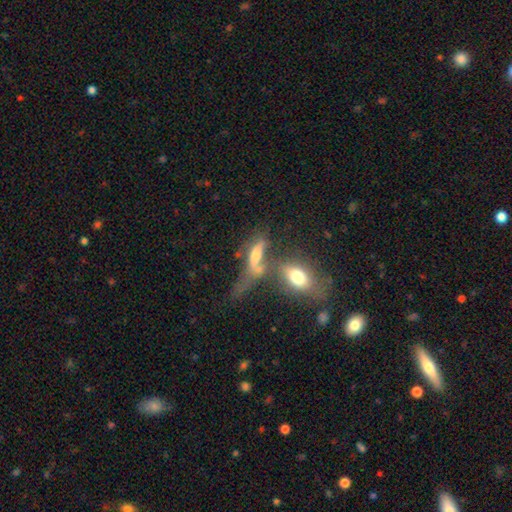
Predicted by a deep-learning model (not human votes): smooth-or-featured: smooth: 46% | featured or disk: 40% | star or artifact: 13%
  merging: merger: 49% | none: 24% | major disturbance: 15% | minor disturbance: 12%